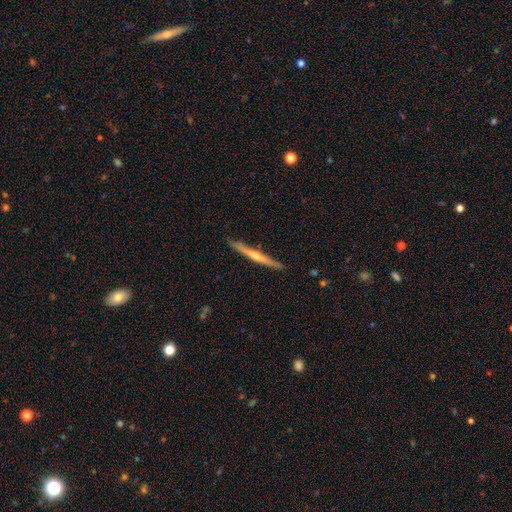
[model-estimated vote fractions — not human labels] A featured or disk galaxy (72%) viewed edge-on (98%) with a rounded central bulge (77%).

Vote fractions:
- Smooth or featured? featured or disk: 72% / smooth: 22% / star or artifact: 6%
- Edge-on disk? yes: 98% / no: 2%
- Edge-on bulge? rounded: 77% / none: 18% / boxy: 5%
- Merging? none: 90% / minor disturbance: 8% / major disturbance: 1% / merger: 1%